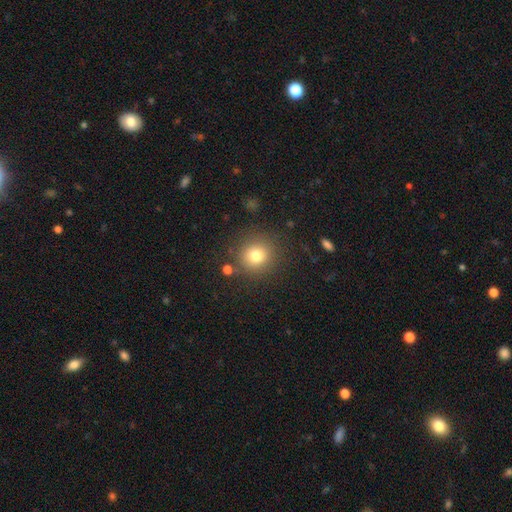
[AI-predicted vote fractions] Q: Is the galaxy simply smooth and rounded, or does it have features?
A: smooth — 78%.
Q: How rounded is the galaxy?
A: round — 89%.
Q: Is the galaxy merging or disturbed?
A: none — 84%.